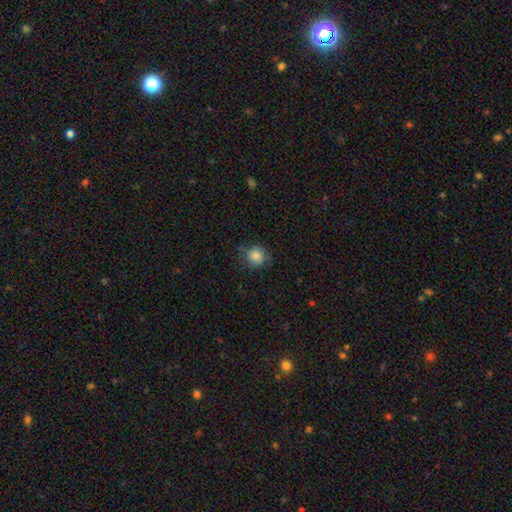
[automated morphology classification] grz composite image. It shows a smooth galaxy with no disk features (81%) that is round (81%). Merging: none (68%).